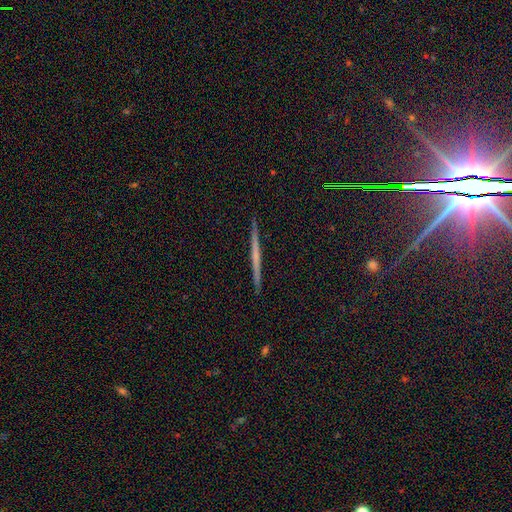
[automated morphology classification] featured or disk 54%, smooth 34%, star or artifact 11%. Down the decision tree: edge-on disk — yes (98%); edge-on bulge — none (84%); merging — none (93%).